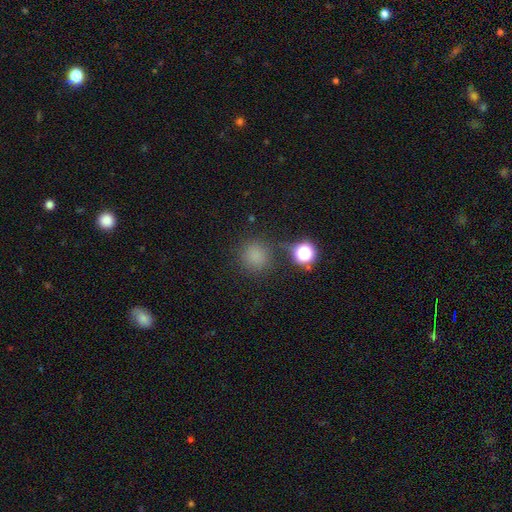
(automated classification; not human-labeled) smooth 76%, star or artifact 18%, featured or disk 5%. Down the decision tree: how rounded — round (92%); merging — none (78%).